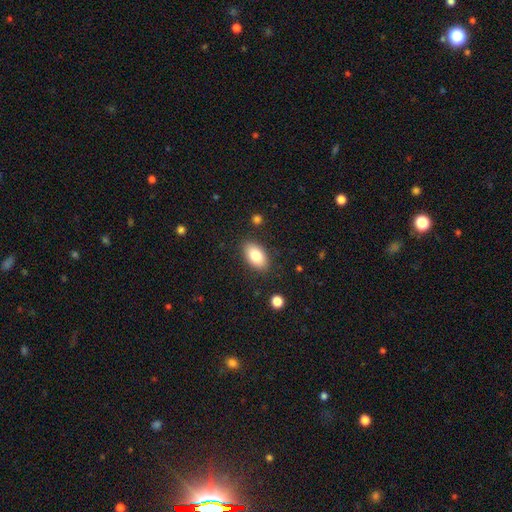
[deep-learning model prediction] Smooth or featured? Predicted: smooth (p=0.82). How rounded? Predicted: in between (p=0.93). Merging? Predicted: none (p=0.85).